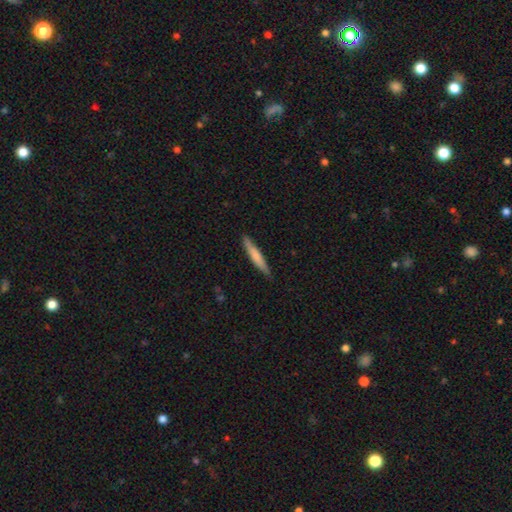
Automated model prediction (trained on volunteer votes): Smooth or featured? Predicted: smooth (p=0.68). How rounded? Predicted: cigar-shaped (p=0.94). Merging? Predicted: none (p=0.88).